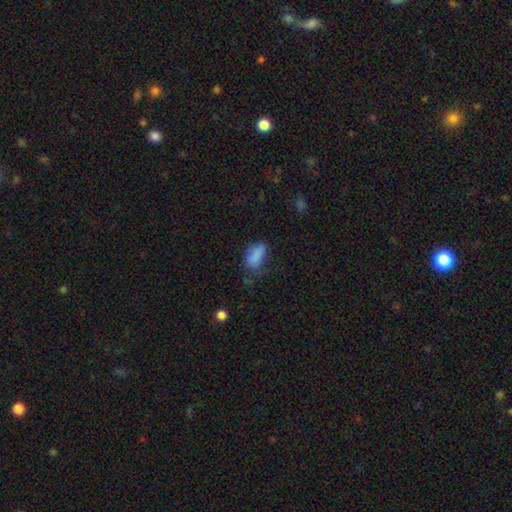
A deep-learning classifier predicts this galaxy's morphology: Overall: smooth (82%). How rounded: in between (88%). Merging: none (48%; minor disturbance 32%).